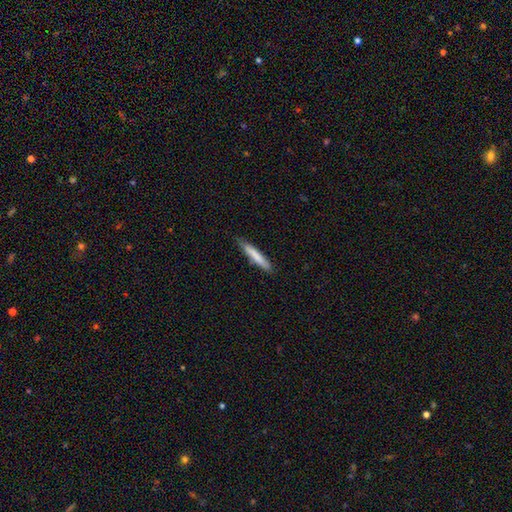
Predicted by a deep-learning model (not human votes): Q: Smooth or featured?
A: smooth (77%); runner-up: featured or disk (17%)
Q: How rounded?
A: cigar-shaped (92%); runner-up: in between (6%)
Q: Merging?
A: none (83%); runner-up: minor disturbance (14%)